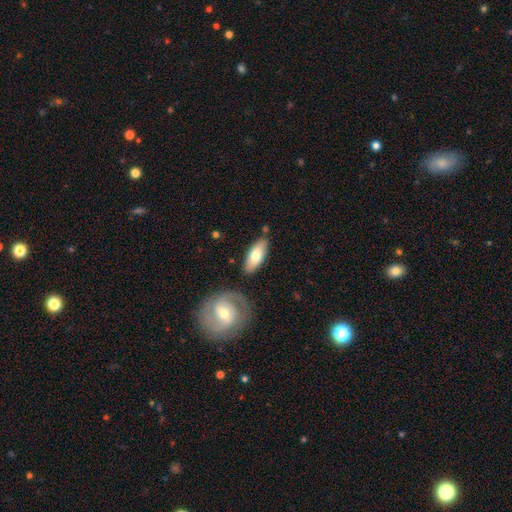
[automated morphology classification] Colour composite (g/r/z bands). It shows a smooth galaxy with no disk features (69%) that is in between round and cigar-shaped (78%). Merging: none (78%).